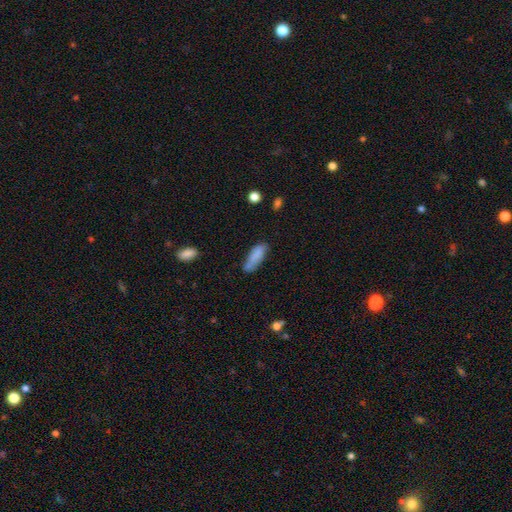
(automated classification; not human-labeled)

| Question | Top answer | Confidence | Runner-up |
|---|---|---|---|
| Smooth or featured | smooth | 82% | featured or disk (10%) |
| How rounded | in between | 54% | cigar-shaped (44%) |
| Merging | none | 56% | minor disturbance (28%) |